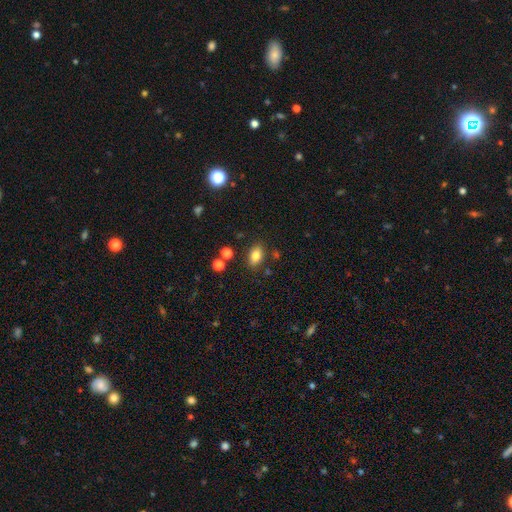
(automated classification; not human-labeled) Q: Smooth or featured?
A: smooth (81%); runner-up: star or artifact (10%)
Q: How rounded?
A: in between (85%); runner-up: round (12%)
Q: Merging?
A: none (82%); runner-up: minor disturbance (11%)